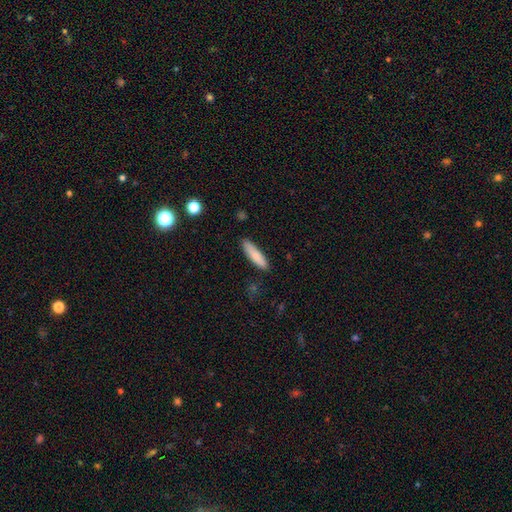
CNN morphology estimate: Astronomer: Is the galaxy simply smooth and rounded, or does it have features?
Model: smooth — 82%.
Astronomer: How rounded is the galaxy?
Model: cigar-shaped — 71%.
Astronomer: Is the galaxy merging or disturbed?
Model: none — 86%.